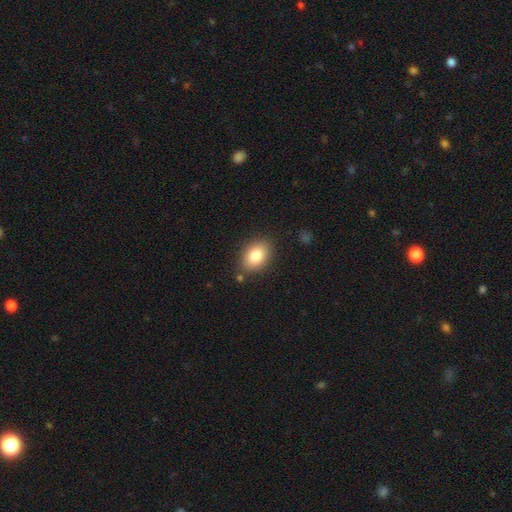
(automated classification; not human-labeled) This is clearly a smooth galaxy (82%). How rounded: clearly in between (81%). Merging: clearly none (82%).